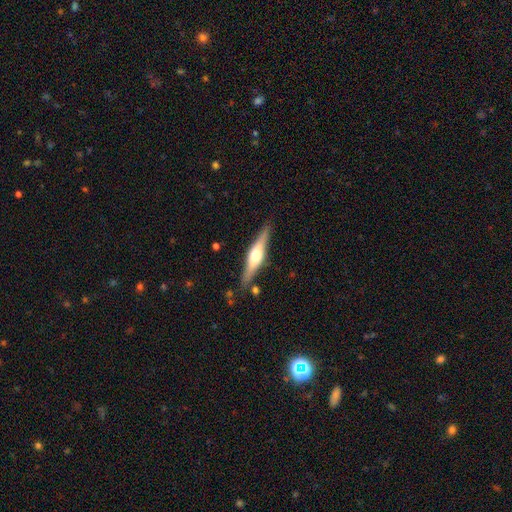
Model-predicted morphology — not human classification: type=featured or disk (68%); edge-on=yes (96%); edge-on bulge=rounded (93%); merging=none (85%).